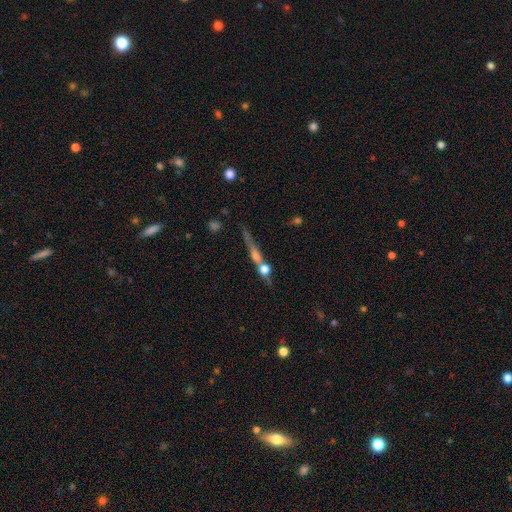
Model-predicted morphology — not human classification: featured or disk 57%, smooth 29%, star or artifact 15%. Down the decision tree: edge-on disk — yes (86%); merging — none (55%).